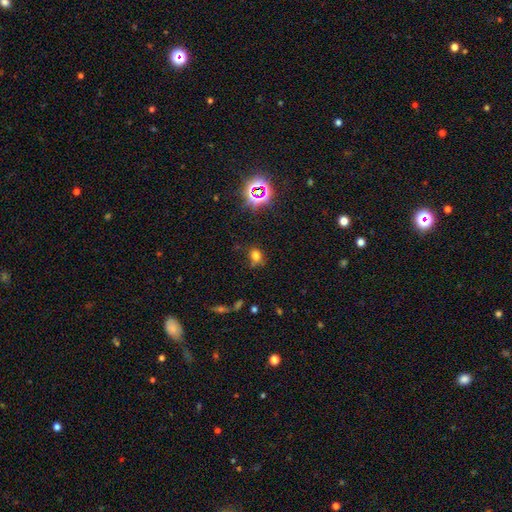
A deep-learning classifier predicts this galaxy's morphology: A smooth galaxy with no disk features (68%) that is round (50%).

Vote fractions:
- Smooth or featured? smooth: 68% / star or artifact: 24% / featured or disk: 8%
- How rounded? round: 50% / in between: 48% / cigar-shaped: 1%
- Merging? none: 68% / minor disturbance: 19% / major disturbance: 7% / merger: 6%